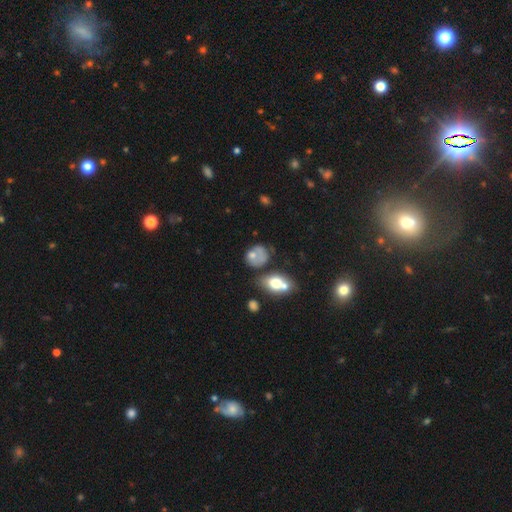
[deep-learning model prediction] smooth 65%, featured or disk 23%, star or artifact 12%. Down the decision tree: how rounded — round (57%); merging — none (35%).